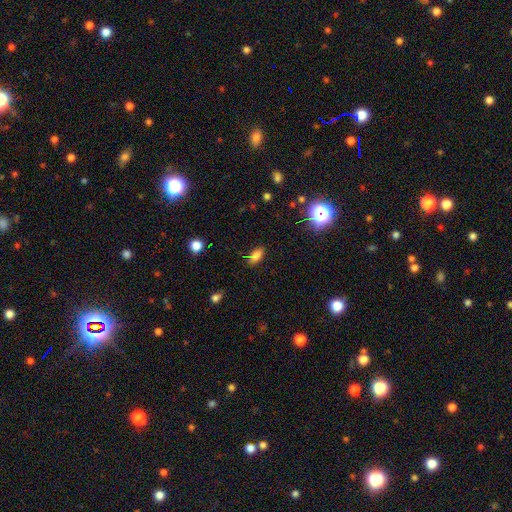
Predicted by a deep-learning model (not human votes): Smooth or featured?
  - smooth: 79% *
  - star or artifact: 14%
  - featured or disk: 7%
How rounded?
  - in between: 86% *
  - cigar-shaped: 7%
  - round: 6%
Merging?
  - none: 82% *
  - minor disturbance: 13%
  - major disturbance: 3%
  - merger: 2%